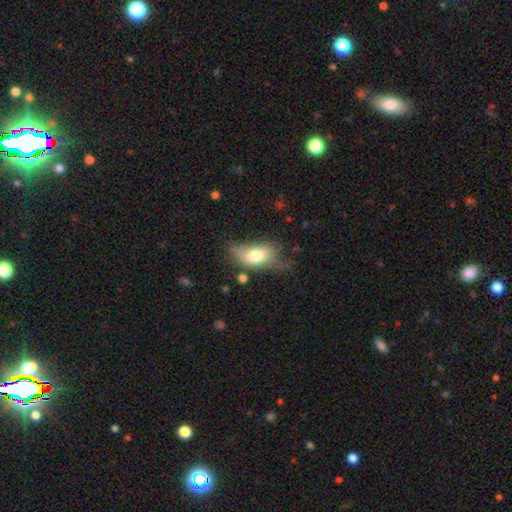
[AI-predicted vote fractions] The model was most divided on "merging" (2-way tie): none: 36%, minor disturbance: 36%, major disturbance: 23%, merger: 4%. More confident: how rounded — in between (88%); smooth or featured — smooth (69%).